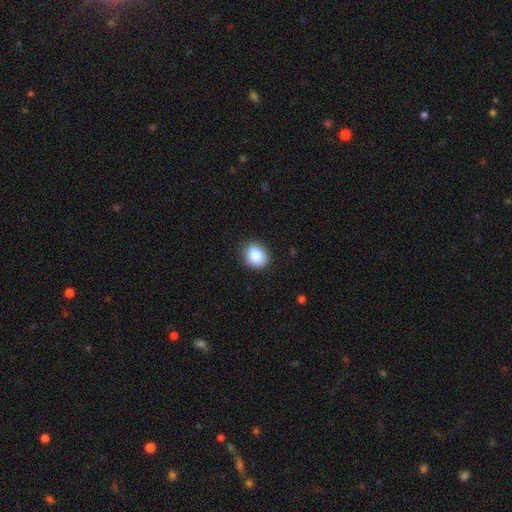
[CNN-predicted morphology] Smooth or featured? Predicted: smooth (p=0.87). How rounded? Predicted: round (p=0.60). Merging? Predicted: none (p=0.86).